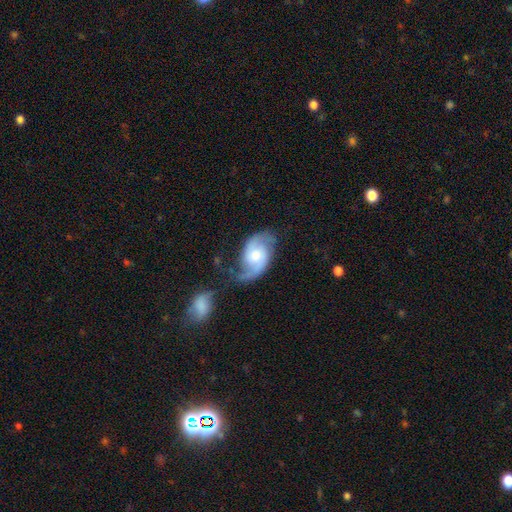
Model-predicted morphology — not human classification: Q: Smooth or featured?
A: featured or disk (81%); runner-up: smooth (14%)
Q: Edge-on disk?
A: no (97%); runner-up: yes (3%)
Q: Bar?
A: no (58%); runner-up: weak (36%)
Q: Spiral arms?
A: yes (95%); runner-up: no (5%)
Q: Spiral winding?
A: medium (47%); runner-up: loose (37%)
Q: Spiral arm count?
A: 2 (89%); runner-up: 1 (4%)
Q: Bulge size?
A: moderate (56%); runner-up: small (30%)
Q: Merging?
A: none (56%); runner-up: minor disturbance (24%)